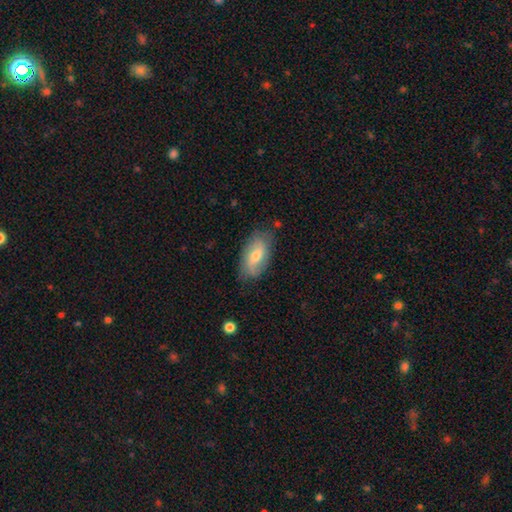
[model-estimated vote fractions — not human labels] Q: Smooth or featured?
A: featured or disk (48%); runner-up: smooth (44%)
Q: Merging?
A: none (79%); runner-up: minor disturbance (16%)